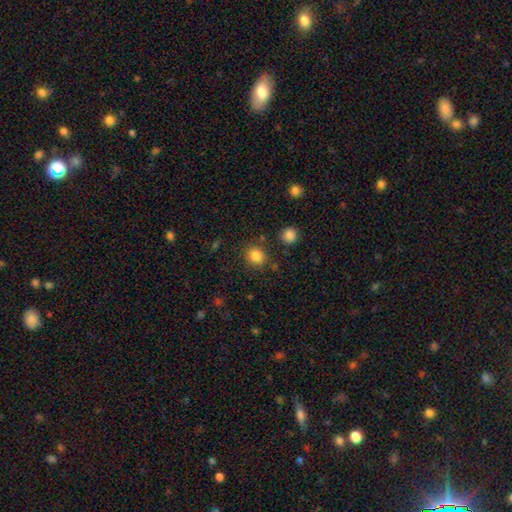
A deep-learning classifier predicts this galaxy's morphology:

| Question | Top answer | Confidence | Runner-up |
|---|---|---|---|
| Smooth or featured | smooth | 84% | star or artifact (11%) |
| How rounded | round | 81% | in between (18%) |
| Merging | none | 82% | minor disturbance (10%) |